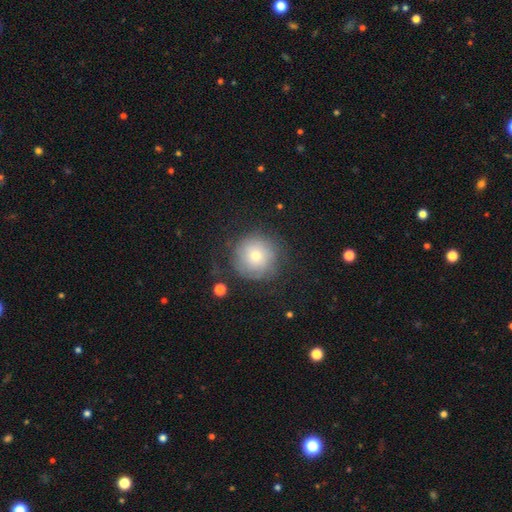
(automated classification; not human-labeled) smooth_or_featured: smooth (p=0.58) [alt: featured or disk p=0.31]
how_rounded: round (p=0.94) [alt: in between p=0.05]
merging: none (p=0.72) [alt: minor disturbance p=0.16]